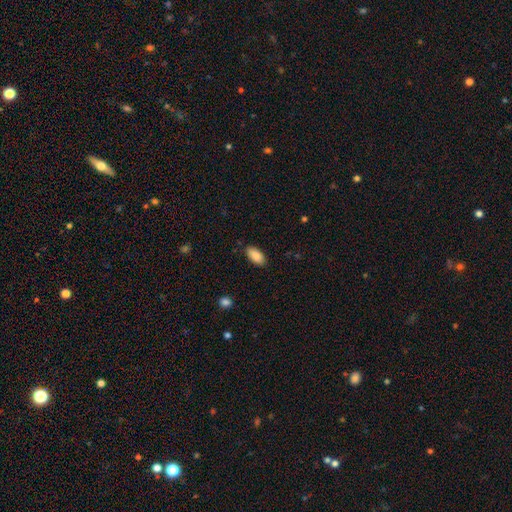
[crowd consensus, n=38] smooth_or_featured: smooth (p=0.92) [alt: star or artifact p=0.08]
how_rounded: in between (p=0.89) [alt: cigar-shaped p=0.09]
merging: none (p=0.97) [alt: minor disturbance p=0.03]